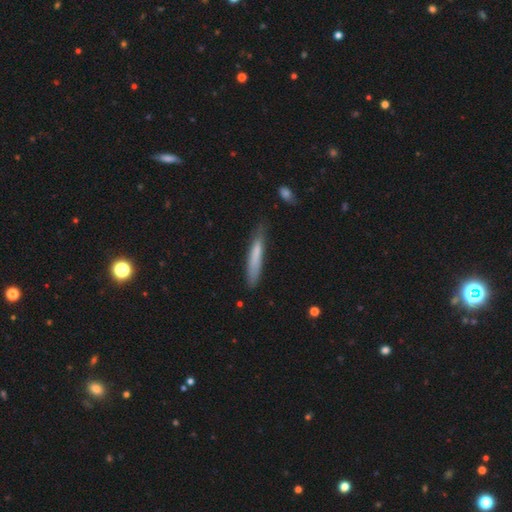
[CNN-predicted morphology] Smooth or featured? Predicted: smooth (p=0.71). How rounded? Predicted: cigar-shaped (p=0.93). Merging? Predicted: none (p=0.72).